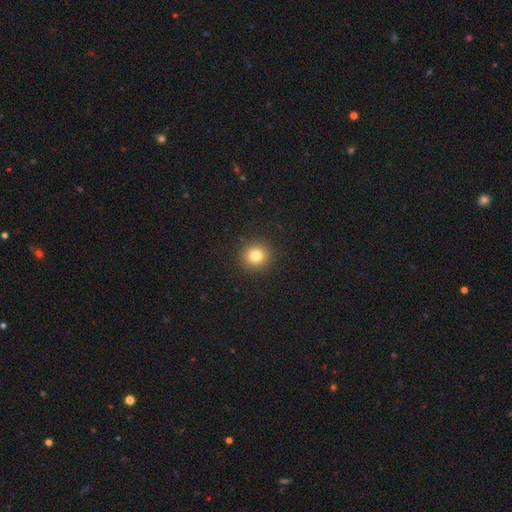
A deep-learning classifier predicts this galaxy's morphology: A smooth galaxy with no disk features (80%) that is round (91%). Merging: none (91%).